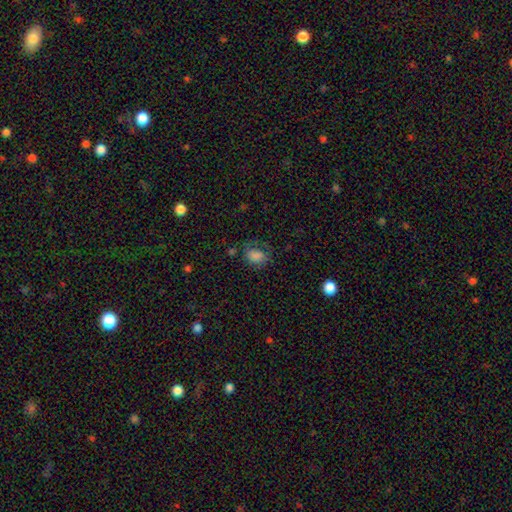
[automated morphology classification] smooth-or-featured: smooth: 78% | star or artifact: 13% | featured or disk: 9%
  how-rounded: in between: 66% | round: 33% | cigar-shaped: 1%
  merging: none: 59% | minor disturbance: 24% | major disturbance: 15% | merger: 2%